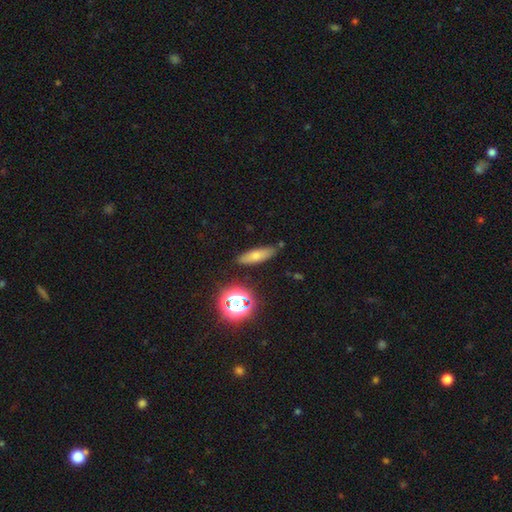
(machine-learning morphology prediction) This appears to be a smooth galaxy with no disk features (57%) that is cigar-shaped (52%). Merging: none (85%).